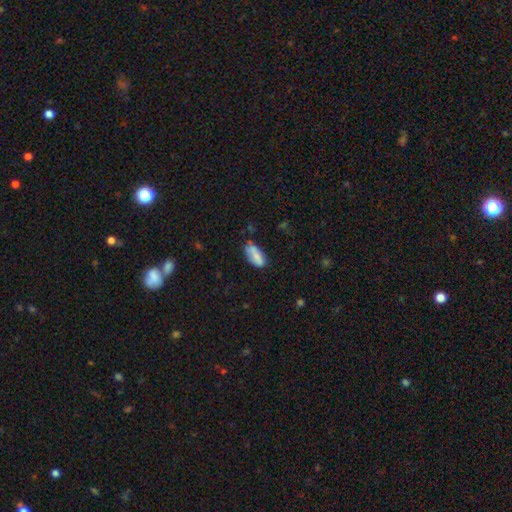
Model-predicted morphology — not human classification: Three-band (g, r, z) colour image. It shows a smooth galaxy with no disk features (75%) that is in between round and cigar-shaped (84%). Merging: none (63%).